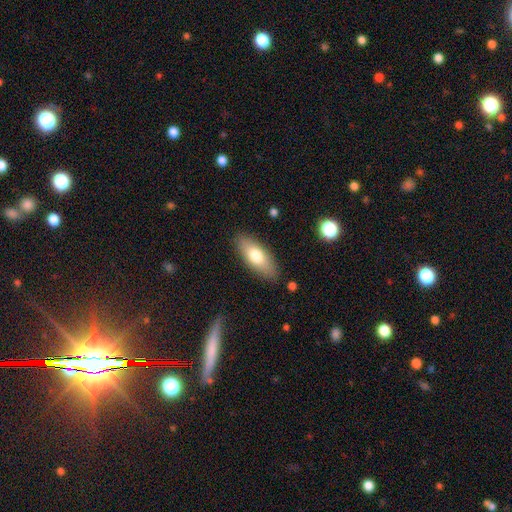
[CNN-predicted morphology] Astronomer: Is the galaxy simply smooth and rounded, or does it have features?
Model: smooth — 73%.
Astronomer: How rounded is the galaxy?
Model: in between — 75%.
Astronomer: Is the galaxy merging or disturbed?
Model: none — 86%.